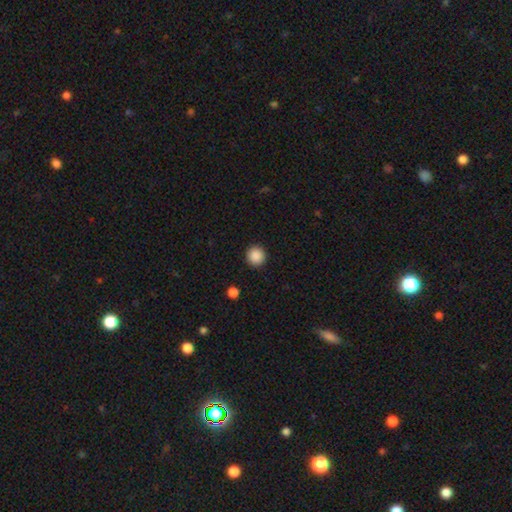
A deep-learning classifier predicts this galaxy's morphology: Smooth or featured: smooth — 88% (star or artifact — 9%)
How rounded: round — 95% (in between — 4%)
Merging: none — 92% (minor disturbance — 5%)